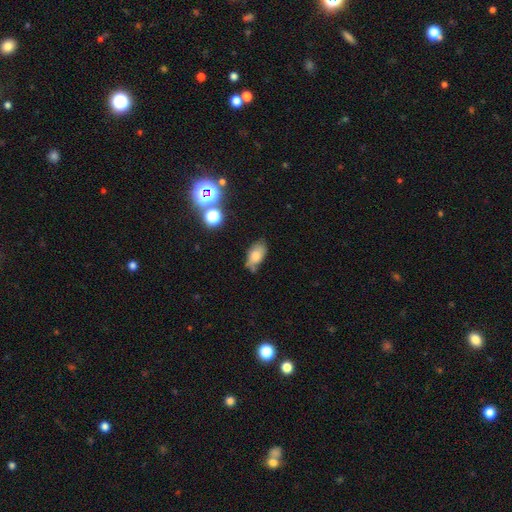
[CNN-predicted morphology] smooth 71%, featured or disk 18%, star or artifact 11%. Down the decision tree: how rounded — in between (90%); merging — none (52%).